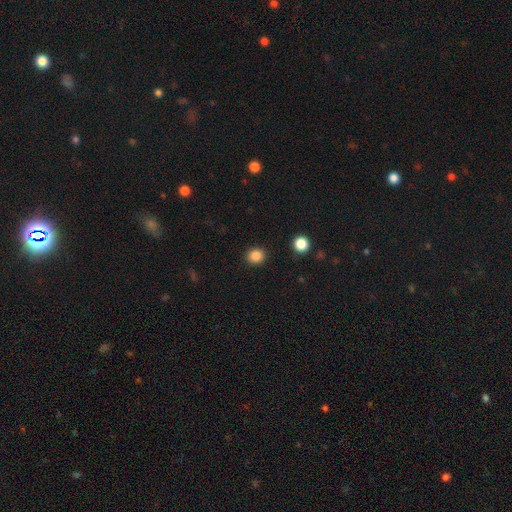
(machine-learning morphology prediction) smooth-or-featured: smooth: 86% | star or artifact: 11% | featured or disk: 3%
  how-rounded: round: 84% | in between: 15% | cigar-shaped: 1%
  merging: none: 91% | minor disturbance: 6% | major disturbance: 2% | merger: 1%